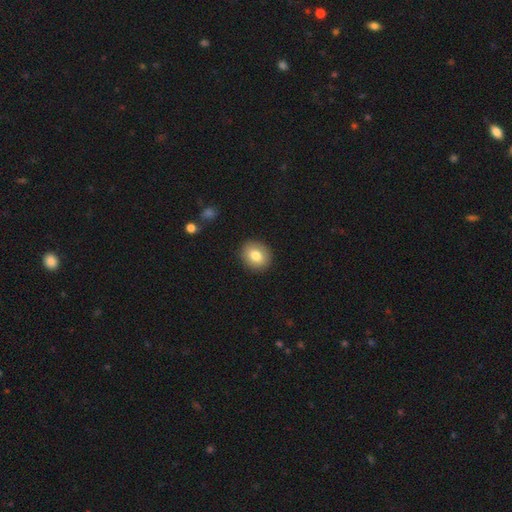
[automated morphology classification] This appears to be a smooth galaxy with no disk features (81%) that is round (63%). Merging: none (90%).